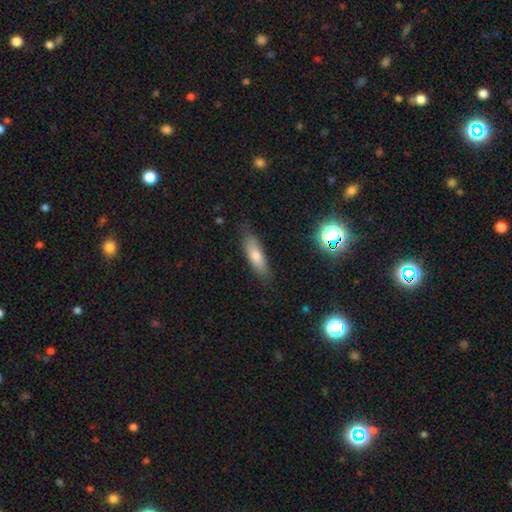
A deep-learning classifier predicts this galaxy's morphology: Smooth or featured?
  - smooth: 70% *
  - featured or disk: 21%
  - star or artifact: 9%
How rounded?
  - cigar-shaped: 51% *
  - in between: 46%
  - round: 3%
Merging?
  - none: 79% *
  - minor disturbance: 16%
  - major disturbance: 3%
  - merger: 2%